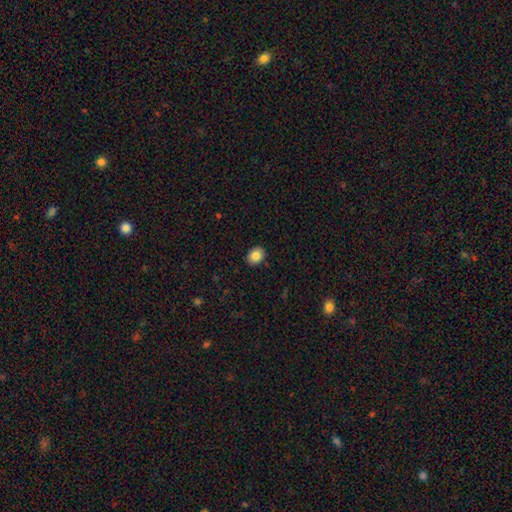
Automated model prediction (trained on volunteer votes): The model was most divided on "how rounded": in between: 56%, round: 43%, cigar-shaped: 1%. More confident: merging — none (90%); smooth or featured — smooth (84%).